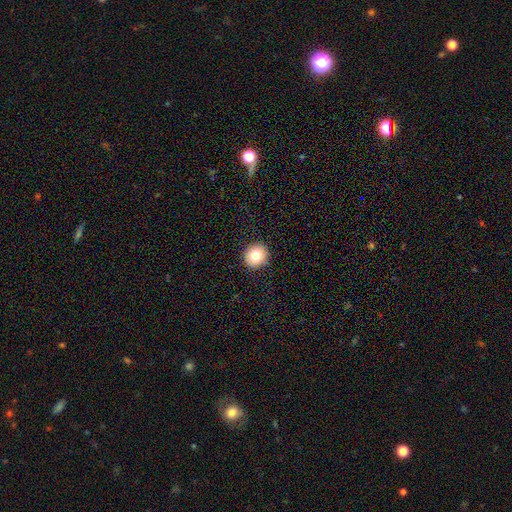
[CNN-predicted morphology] type=smooth (79%); roundness=round (88%); merging=none (91%).